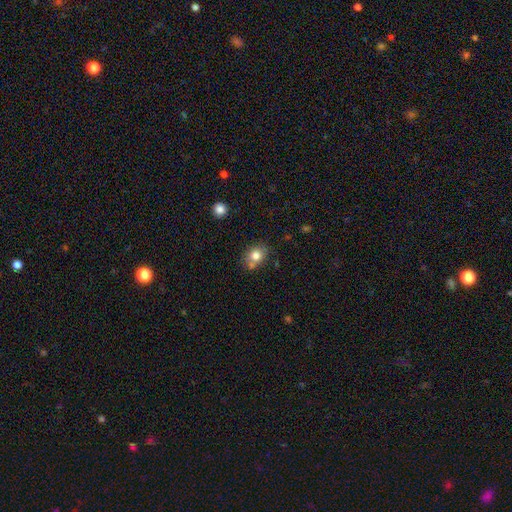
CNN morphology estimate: Smooth or featured: smooth — 79% (featured or disk — 11%)
How rounded: round — 56% (in between — 43%)
Merging: none — 65% (merger — 16%)